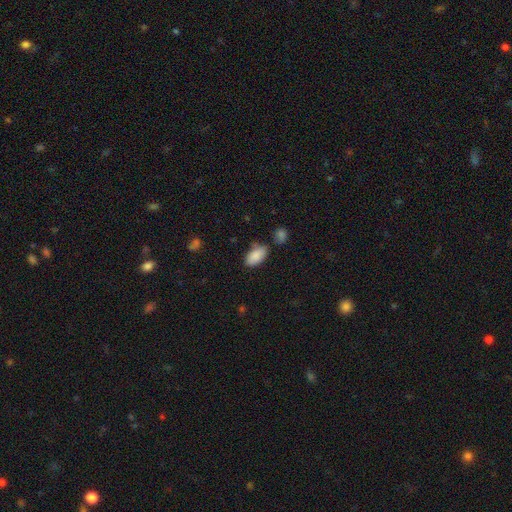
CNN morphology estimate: This is clearly a smooth galaxy (87%). How rounded: clearly in between (94%). Merging: likely none (67%).